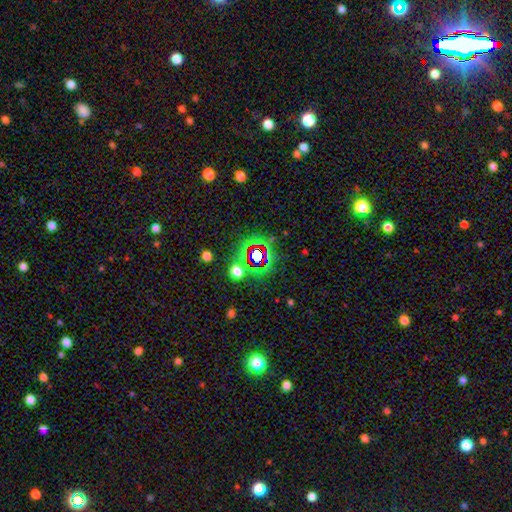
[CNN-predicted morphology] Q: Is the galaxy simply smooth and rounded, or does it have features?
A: star or artifact — 65%.